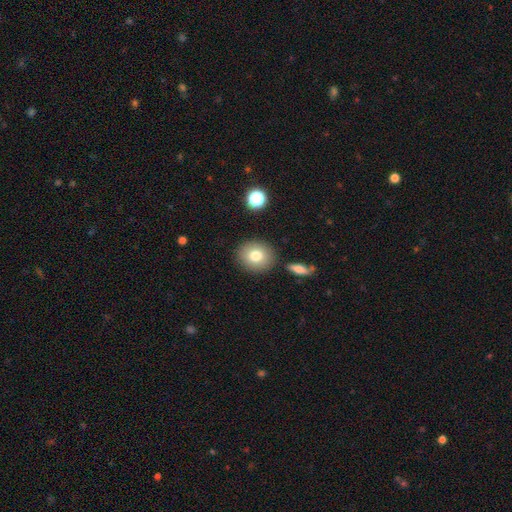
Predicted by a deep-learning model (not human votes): A smooth galaxy with no disk features (78%) that is round (75%).

Vote fractions:
- Smooth or featured? smooth: 78% / featured or disk: 12% / star or artifact: 10%
- How rounded? round: 75% / in between: 24% / cigar-shaped: 1%
- Merging? none: 85% / minor disturbance: 8% / merger: 5% / major disturbance: 2%